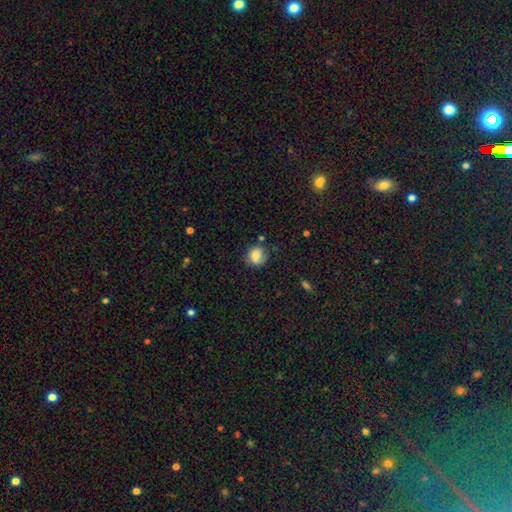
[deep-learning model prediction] smooth 72%, featured or disk 18%, star or artifact 9%. Down the decision tree: how rounded — round (82%); merging — none (67%).